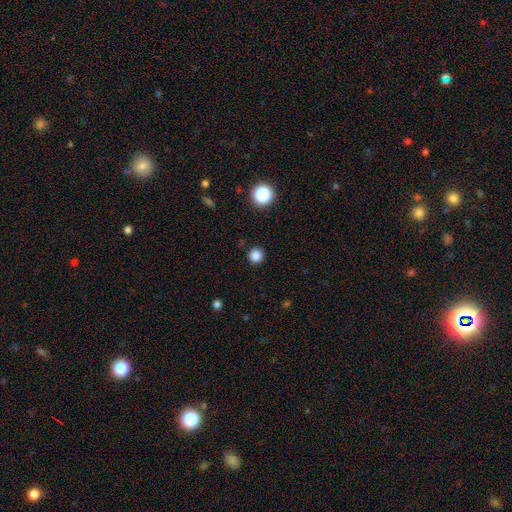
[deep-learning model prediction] Morphology: type=smooth (84%); roundness=round (95%); merging=none (91%).